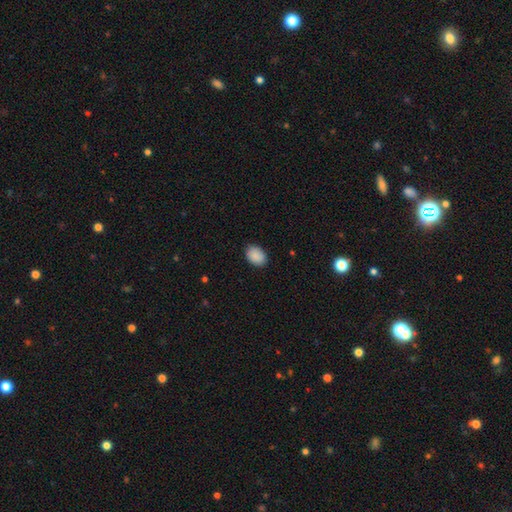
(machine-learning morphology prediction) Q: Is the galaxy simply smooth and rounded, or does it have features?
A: smooth — 89%.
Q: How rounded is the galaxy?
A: in between — 78%.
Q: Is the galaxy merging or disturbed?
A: none — 87%.